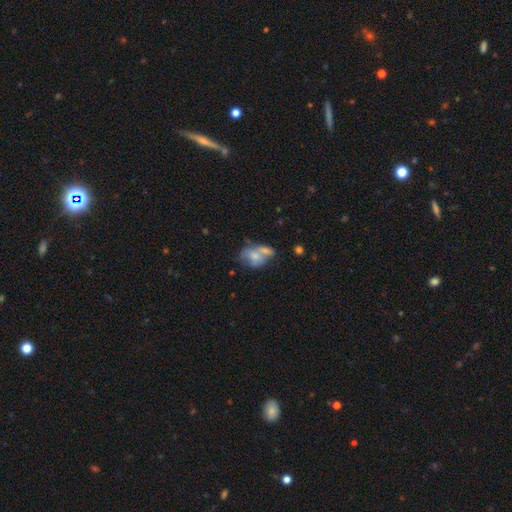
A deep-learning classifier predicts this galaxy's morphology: Q: Smooth or featured?
A: smooth (56%); runner-up: featured or disk (35%)
Q: How rounded?
A: in between (71%); runner-up: round (28%)
Q: Merging?
A: merger (50%); runner-up: none (24%)